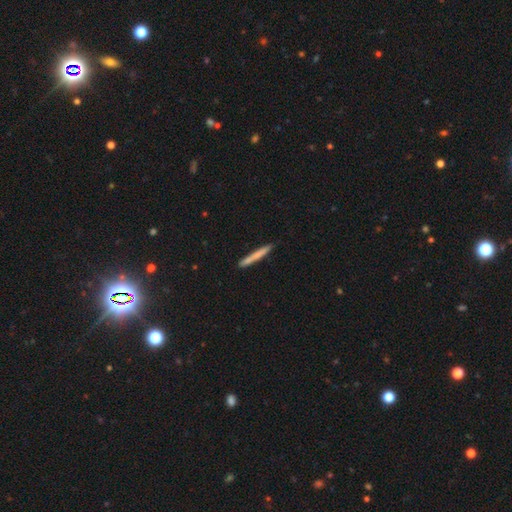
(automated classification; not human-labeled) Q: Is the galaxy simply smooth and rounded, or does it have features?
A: smooth — 71%.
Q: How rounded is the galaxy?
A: cigar-shaped — 96%.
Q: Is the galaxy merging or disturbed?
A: none — 89%.